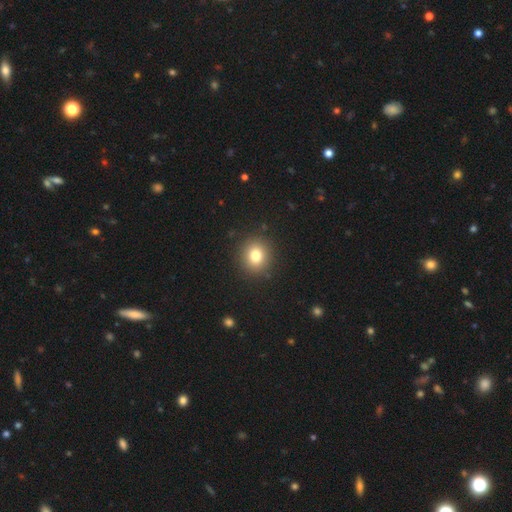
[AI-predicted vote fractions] Q: Smooth or featured?
A: smooth (79%); runner-up: star or artifact (12%)
Q: How rounded?
A: round (85%); runner-up: in between (14%)
Q: Merging?
A: none (90%); runner-up: minor disturbance (6%)